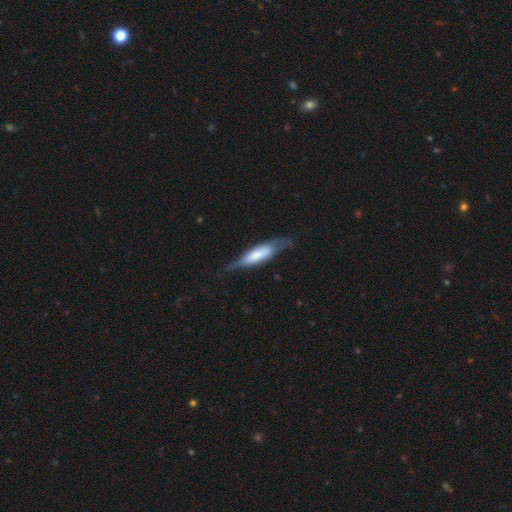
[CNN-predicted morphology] This is possibly a smooth galaxy (48%). Merging: possibly none (57%).